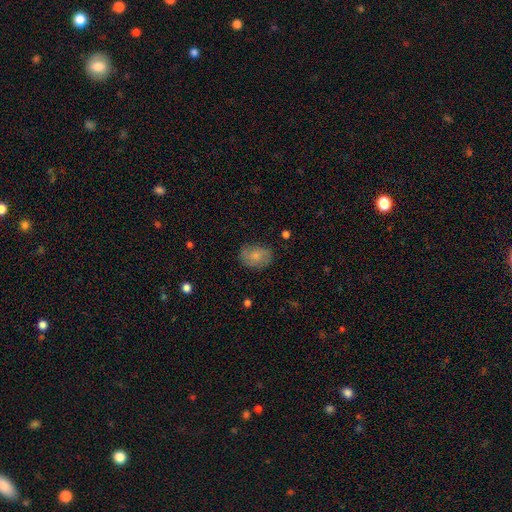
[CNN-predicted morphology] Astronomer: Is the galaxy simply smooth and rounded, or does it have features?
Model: smooth — 72%.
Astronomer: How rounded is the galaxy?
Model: in between — 72%.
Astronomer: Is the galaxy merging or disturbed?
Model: none — 73%.